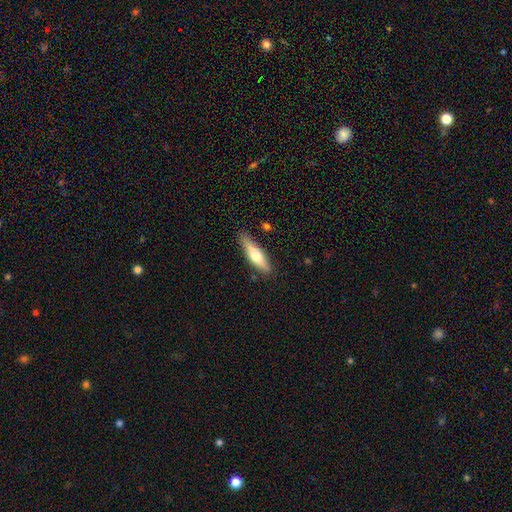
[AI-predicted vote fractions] Smooth or featured?
  - smooth: 58% *
  - featured or disk: 37%
  - star or artifact: 5%
How rounded?
  - cigar-shaped: 69% *
  - in between: 29%
  - round: 2%
Merging?
  - none: 81% *
  - minor disturbance: 14%
  - major disturbance: 3%
  - merger: 2%